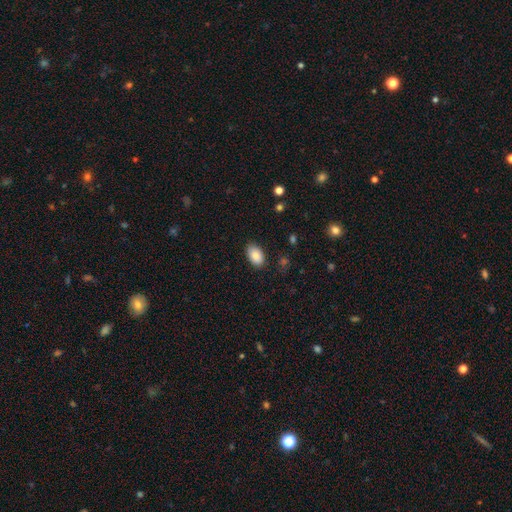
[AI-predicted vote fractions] This is clearly a smooth galaxy (86%). How rounded: clearly in between (92%). Merging: clearly none (84%).